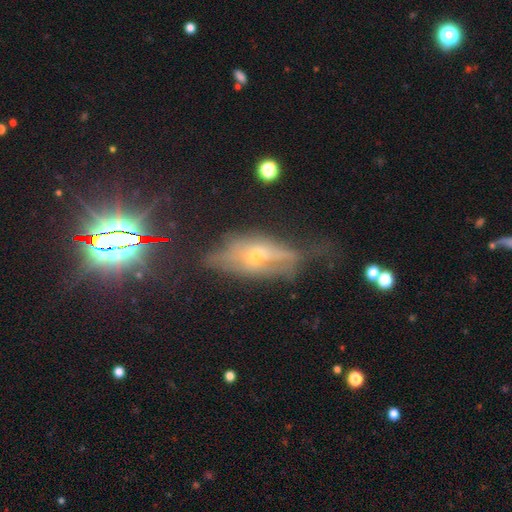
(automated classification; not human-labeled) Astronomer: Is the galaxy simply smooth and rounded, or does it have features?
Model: featured or disk — 55%.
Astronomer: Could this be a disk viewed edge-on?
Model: yes — 51% (runner-up: no, 49%).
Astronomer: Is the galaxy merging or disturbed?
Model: none — 41% (runner-up: minor disturbance, 29%).